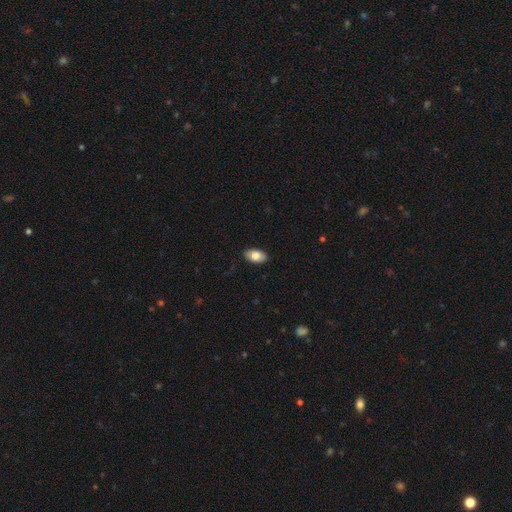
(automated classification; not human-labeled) A smooth galaxy with no disk features (80%) that is in between round and cigar-shaped (94%).

Vote fractions:
- Smooth or featured? smooth: 80% / featured or disk: 14% / star or artifact: 6%
- How rounded? in between: 94% / round: 4% / cigar-shaped: 2%
- Merging? none: 87% / minor disturbance: 10% / major disturbance: 2% / merger: 1%